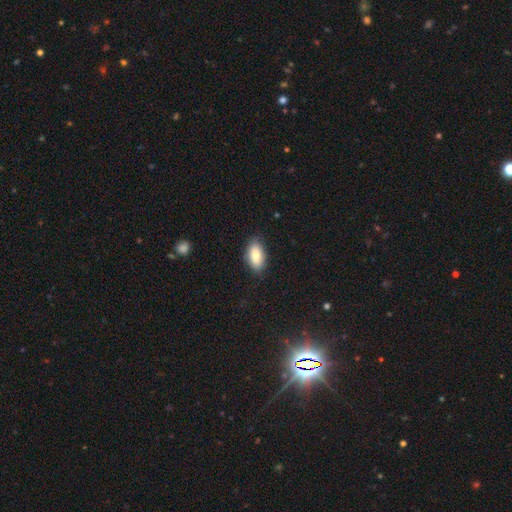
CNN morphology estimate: A smooth galaxy with no disk features (82%) that is in between round and cigar-shaped (91%).

Vote fractions:
- Smooth or featured? smooth: 82% / featured or disk: 11% / star or artifact: 7%
- How rounded? in between: 91% / cigar-shaped: 5% / round: 4%
- Merging? none: 83% / minor disturbance: 13% / major disturbance: 3% / merger: 1%